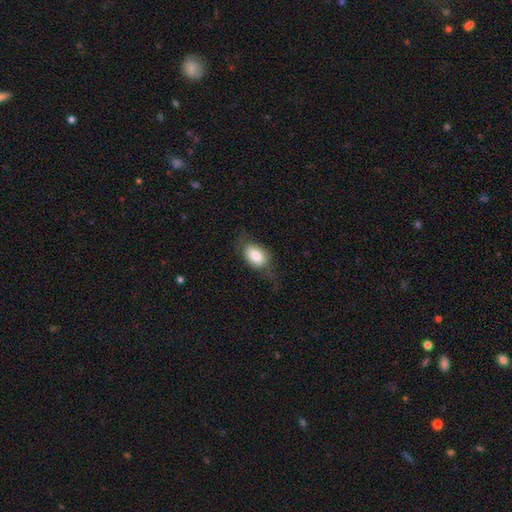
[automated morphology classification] smooth-or-featured: smooth: 76% | featured or disk: 16% | star or artifact: 7%
  how-rounded: in between: 83% | round: 15% | cigar-shaped: 2%
  merging: none: 58% | minor disturbance: 26% | major disturbance: 15% | merger: 1%